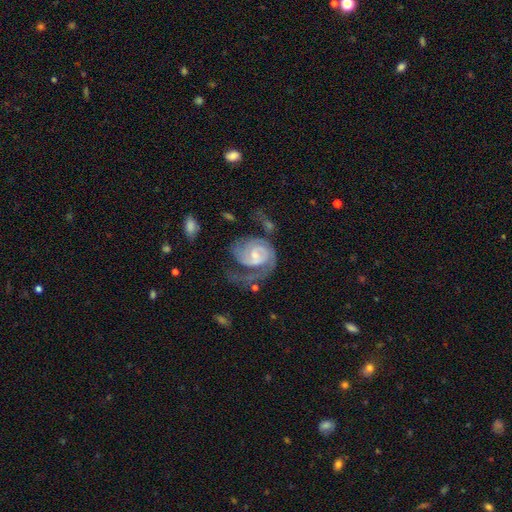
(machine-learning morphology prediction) A featured or disk galaxy (85%) with a weak bar (52%), 2 (56%) tight (44%) spiral arms (96%) and a small central bulge (52%). Merging: major disturbance (39%).